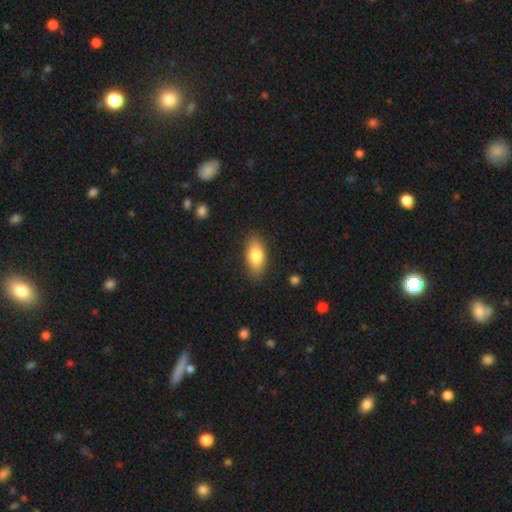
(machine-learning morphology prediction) Overall: smooth (80%). How rounded: in between (87%). Merging: none (85%).